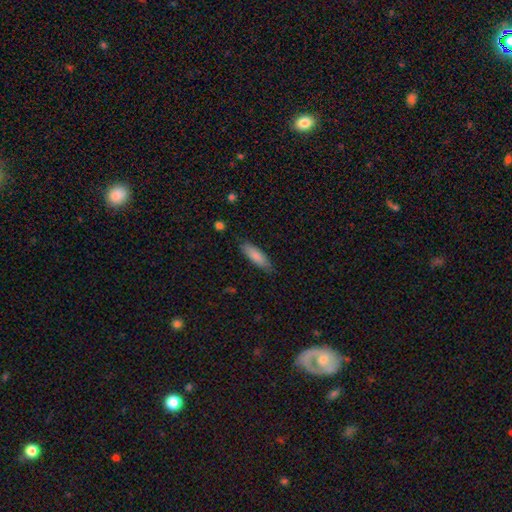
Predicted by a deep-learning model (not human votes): Smooth or featured? Predicted: smooth (p=0.84). How rounded? Predicted: cigar-shaped (p=0.55). Merging? Predicted: none (p=0.82).